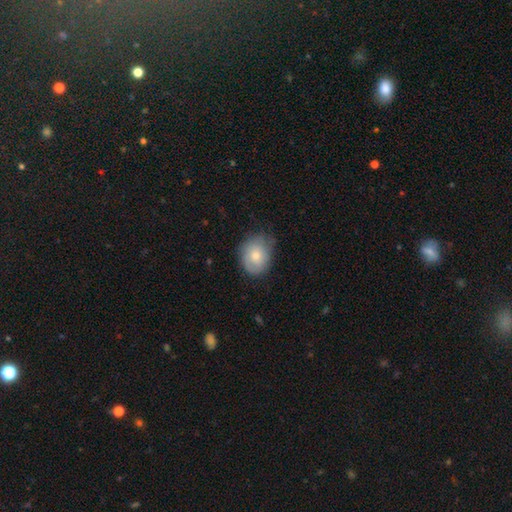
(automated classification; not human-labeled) Overall: smooth (67%; featured or disk 27%). How rounded: in between (53%; round 46%). Merging: none (62%; minor disturbance 29%).